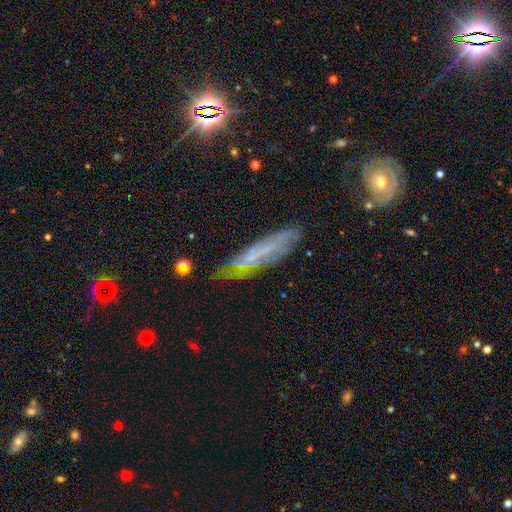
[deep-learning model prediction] A featured or disk galaxy (56%).

Vote fractions:
- Smooth or featured? featured or disk: 56% / smooth: 30% / star or artifact: 14%
- Edge-on disk? no: 51% / yes: 49%
- Merging? none: 70% / minor disturbance: 21% / major disturbance: 6% / merger: 3%